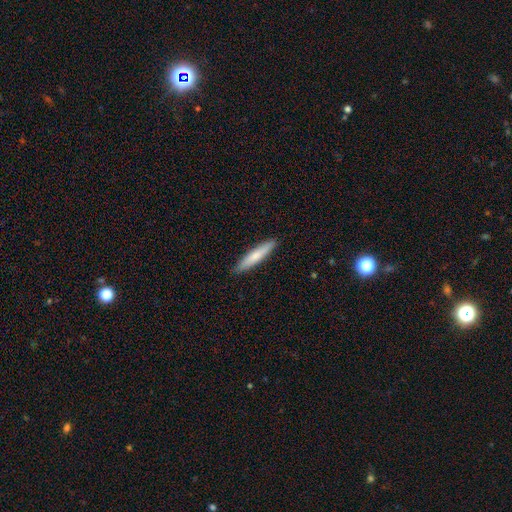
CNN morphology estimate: Overall: smooth (71%). How rounded: cigar-shaped (90%). Merging: none (90%).